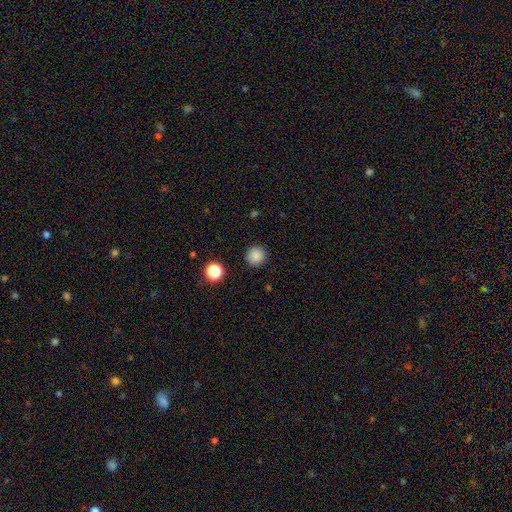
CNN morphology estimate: This appears to be a smooth galaxy with no disk features (85%) that is round (95%). Merging: none (91%).